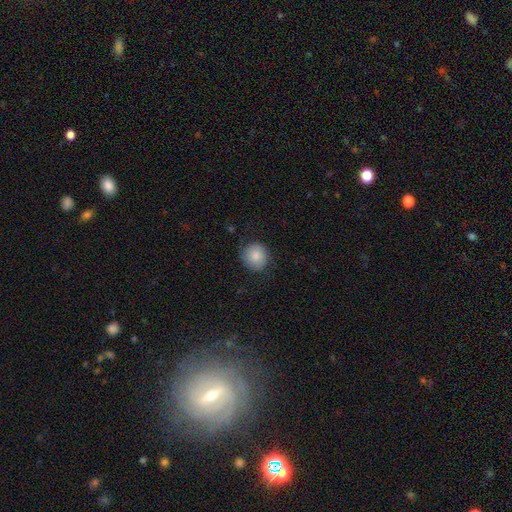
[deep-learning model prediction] smooth_or_featured: smooth (p=0.83) [alt: featured or disk p=0.10]
how_rounded: round (p=0.90) [alt: in between p=0.09]
merging: none (p=0.76) [alt: minor disturbance p=0.18]